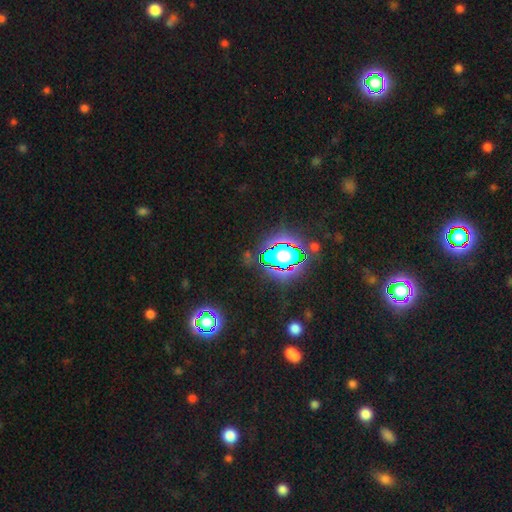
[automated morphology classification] The model was most divided on "smooth or featured": star or artifact: 80%, smooth: 12%, featured or disk: 8%.